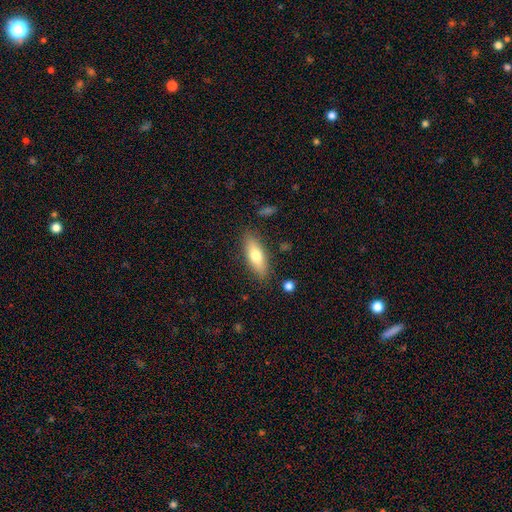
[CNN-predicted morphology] smooth-or-featured: smooth: 68% | featured or disk: 26% | star or artifact: 6%
  how-rounded: in between: 60% | cigar-shaped: 38% | round: 3%
  merging: none: 84% | minor disturbance: 11% | major disturbance: 3% | merger: 2%